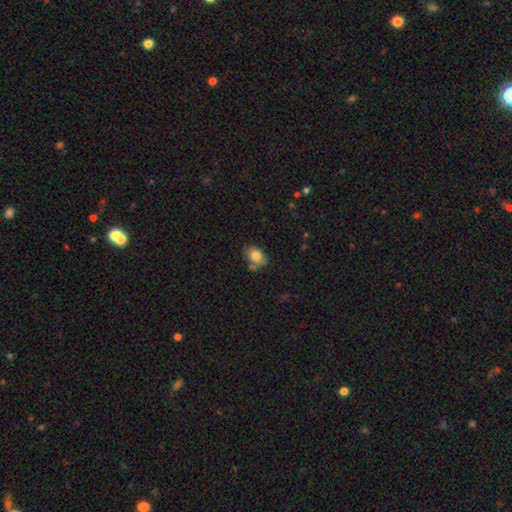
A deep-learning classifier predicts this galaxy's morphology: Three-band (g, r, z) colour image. It shows a smooth galaxy with no disk features (83%) that is in between round and cigar-shaped (83%). Merging: none (64%).